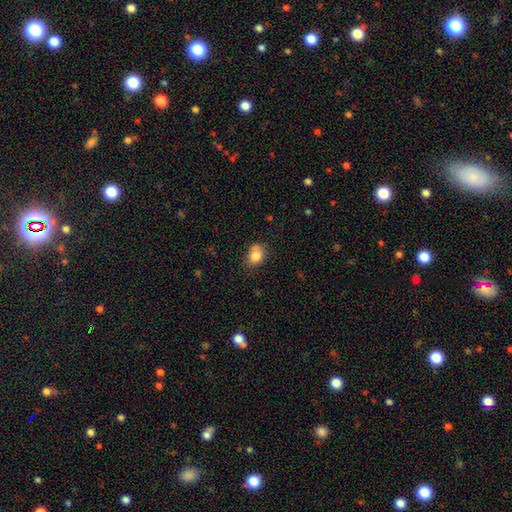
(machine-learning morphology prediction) Q: Smooth or featured?
A: smooth (83%); runner-up: star or artifact (9%)
Q: How rounded?
A: in between (63%); runner-up: round (36%)
Q: Merging?
A: none (66%); runner-up: minor disturbance (24%)